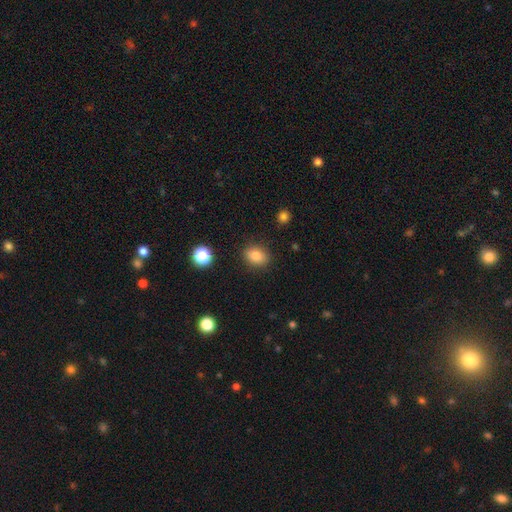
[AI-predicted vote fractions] Smooth or featured? smooth (83%)
How rounded? in between (55%)
Merging? none (87%)